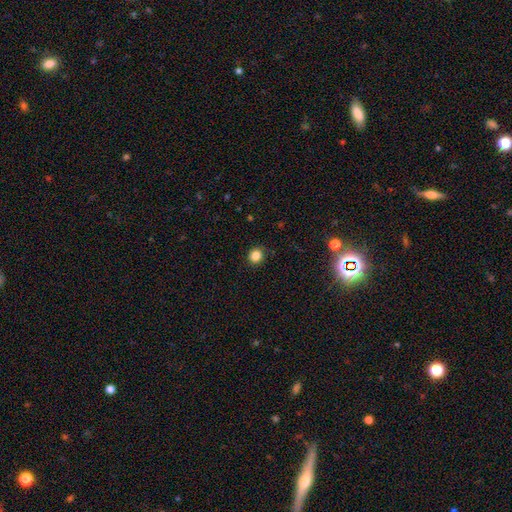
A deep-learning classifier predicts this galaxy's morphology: Smooth or featured? Predicted: smooth (p=0.84). How rounded? Predicted: round (p=0.87). Merging? Predicted: none (p=0.90).